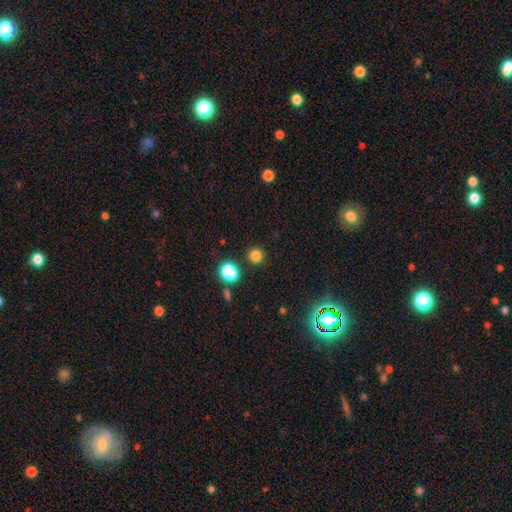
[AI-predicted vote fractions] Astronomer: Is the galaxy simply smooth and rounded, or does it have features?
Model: smooth — 81%.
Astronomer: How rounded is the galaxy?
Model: round — 91%.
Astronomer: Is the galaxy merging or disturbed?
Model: none — 87%.